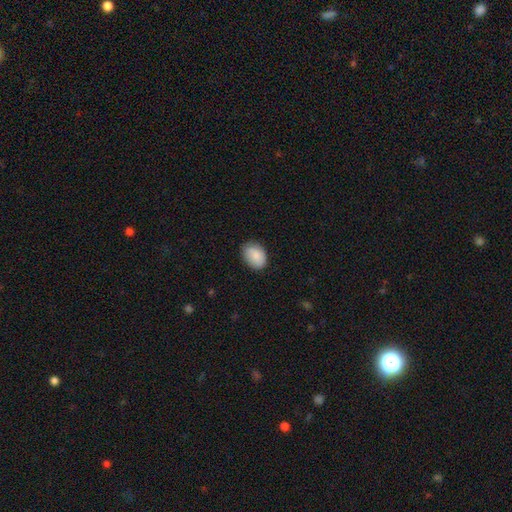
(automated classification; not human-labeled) smooth_or_featured: smooth (p=0.88) [alt: star or artifact p=0.07]
how_rounded: in between (p=0.80) [alt: round p=0.19]
merging: none (p=0.81) [alt: minor disturbance p=0.15]